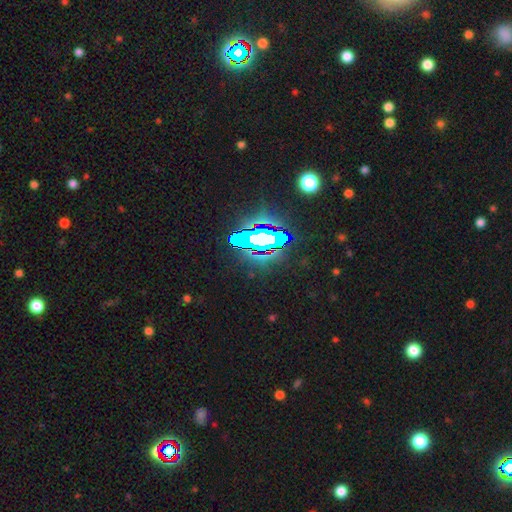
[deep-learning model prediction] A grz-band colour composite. It shows a star or artifact, not a galaxy (82%).